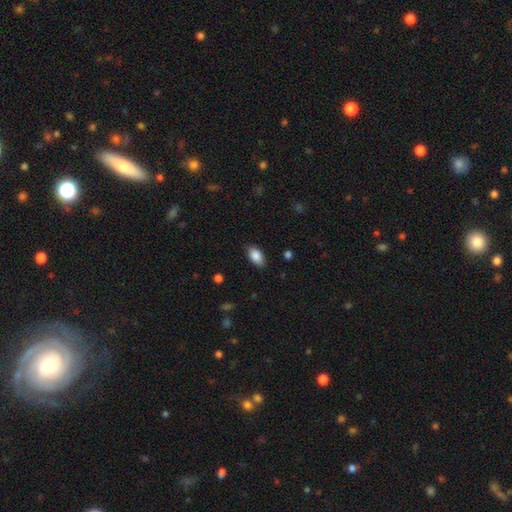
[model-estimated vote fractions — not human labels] Overall: smooth (88%). How rounded: in between (93%). Merging: none (85%).